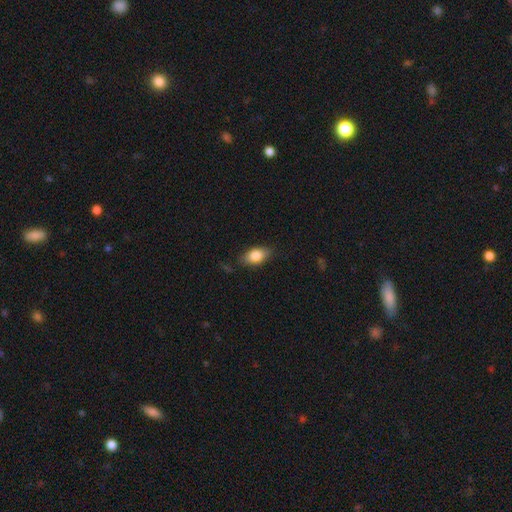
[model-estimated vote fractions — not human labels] smooth-or-featured: smooth: 80% | featured or disk: 13% | star or artifact: 7%
  how-rounded: in between: 87% | round: 8% | cigar-shaped: 5%
  merging: none: 80% | minor disturbance: 15% | major disturbance: 3% | merger: 1%